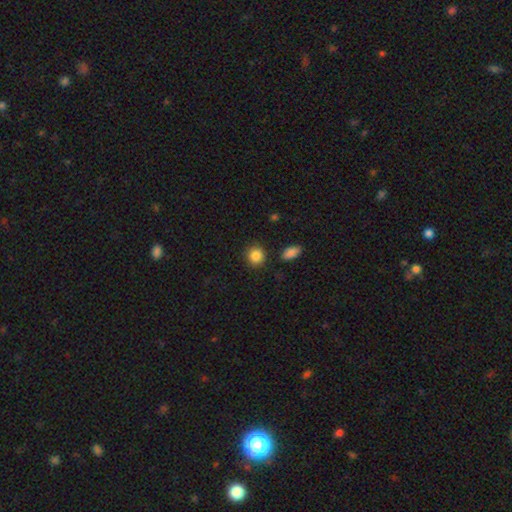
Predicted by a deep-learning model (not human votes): A smooth galaxy with no disk features (87%) that is round (86%). Merging: none (87%).